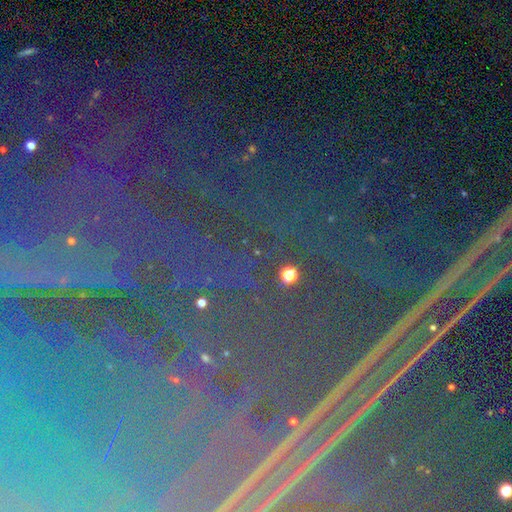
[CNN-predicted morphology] Smooth or featured? Predicted: star or artifact (p=0.88).